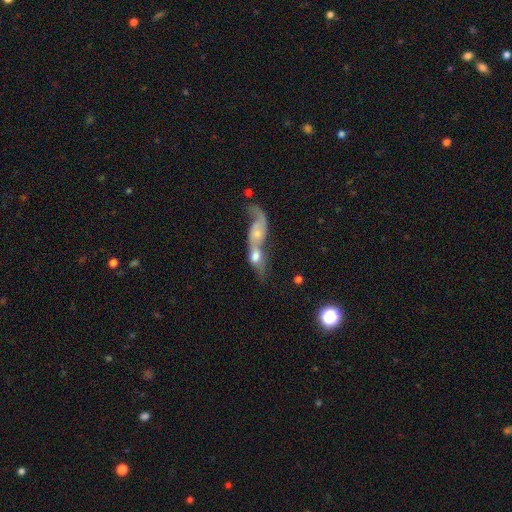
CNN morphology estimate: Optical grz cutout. It shows a featured or disk galaxy (47%). Merging: merger (79%).